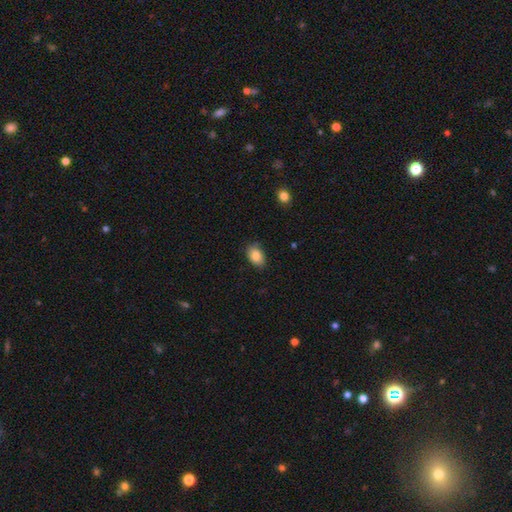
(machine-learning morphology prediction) type=smooth (86%); roundness=in between (88%); merging=none (82%).